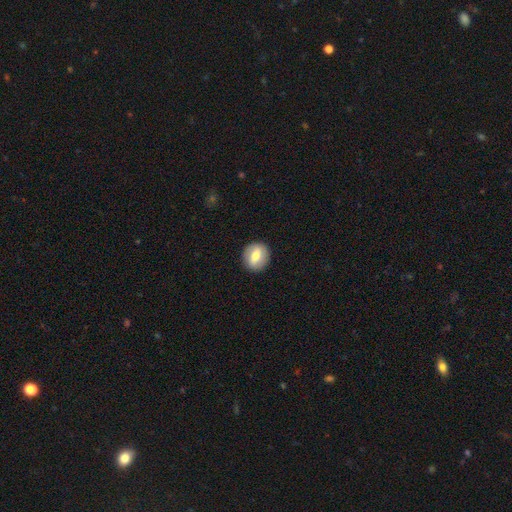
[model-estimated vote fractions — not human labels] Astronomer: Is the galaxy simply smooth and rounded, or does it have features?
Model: smooth — 61%.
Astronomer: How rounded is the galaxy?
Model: round — 78%.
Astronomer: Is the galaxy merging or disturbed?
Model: none — 89%.